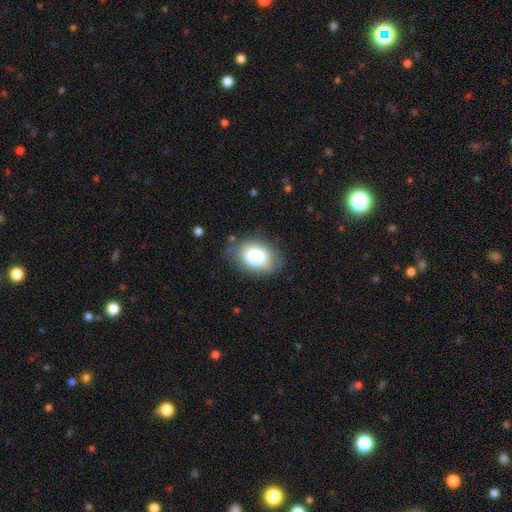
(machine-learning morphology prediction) This appears to be a smooth galaxy with no disk features (80%) that is in between round and cigar-shaped (78%). Merging: none (73%).